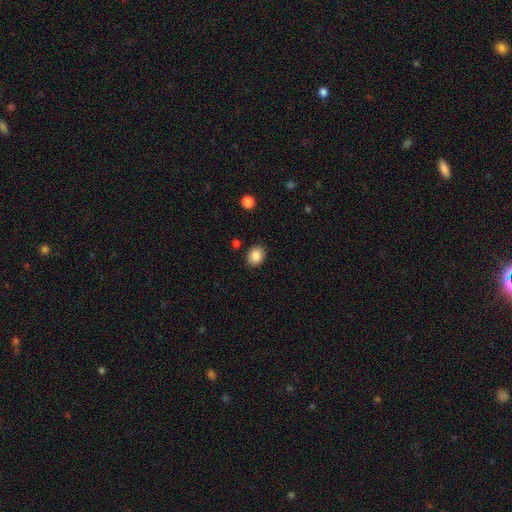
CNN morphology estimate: Overall: smooth (86%). How rounded: round (54%; in between 45%). Merging: none (88%).